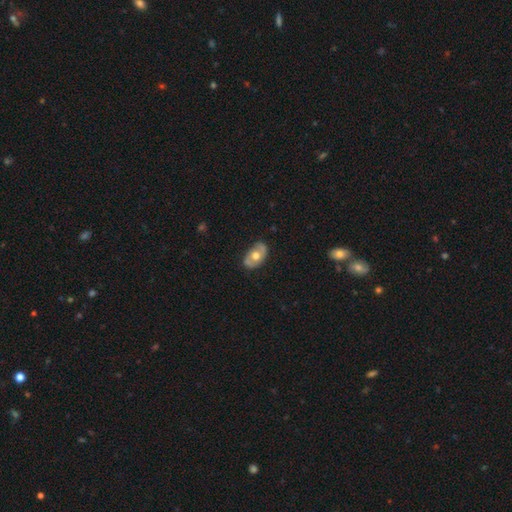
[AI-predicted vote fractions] This is possibly a featured or disk galaxy (47%, tied with smooth). Merging: likely none (79%).